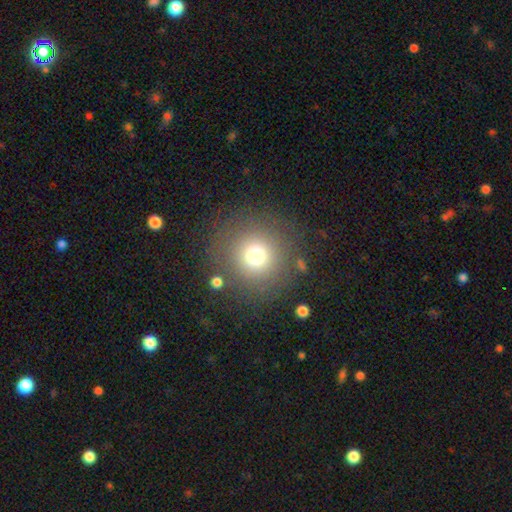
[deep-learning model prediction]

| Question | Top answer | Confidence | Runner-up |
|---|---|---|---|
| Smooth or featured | smooth | 72% | star or artifact (16%) |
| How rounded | round | 93% | in between (6%) |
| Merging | none | 82% | minor disturbance (9%) |